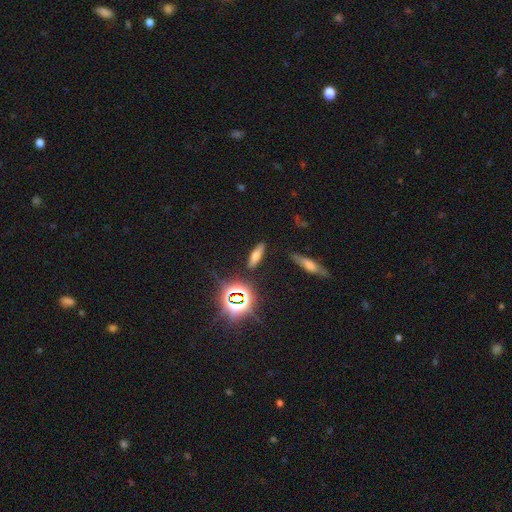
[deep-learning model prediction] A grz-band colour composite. It shows a smooth galaxy with no disk features (58%) that is cigar-shaped (56%). Merging: none (86%).